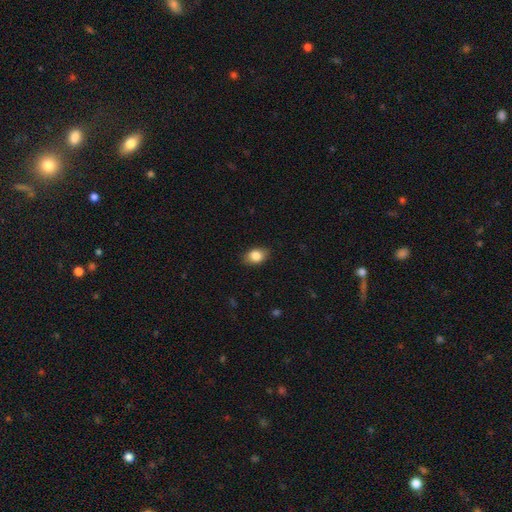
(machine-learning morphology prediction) type=smooth (85%); roundness=in between (77%); merging=none (84%).